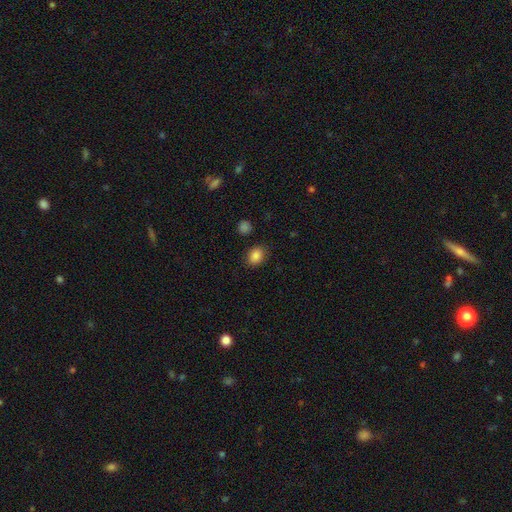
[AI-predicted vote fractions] Smooth or featured? smooth (86%)
How rounded? in between (63%)
Merging? none (86%)